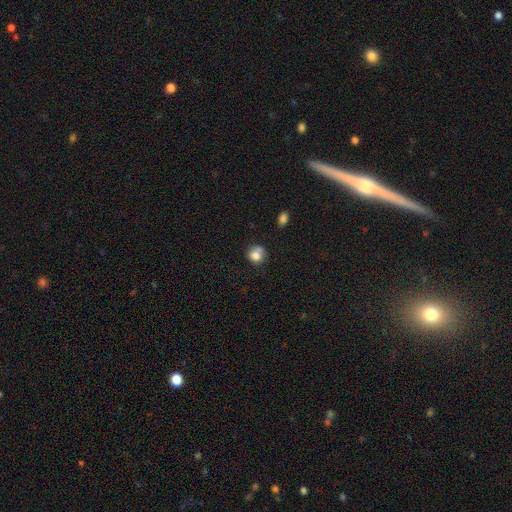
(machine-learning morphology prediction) This appears to be a smooth galaxy with no disk features (78%) that is round (80%). Merging: none (57%).